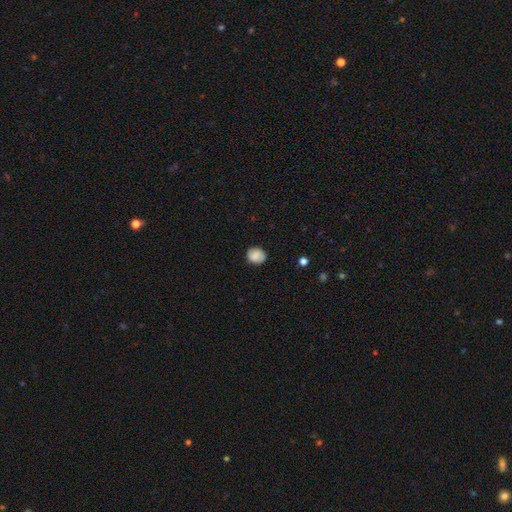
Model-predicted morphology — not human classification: Smooth or featured? Predicted: smooth (p=0.81). How rounded? Predicted: round (p=0.73). Merging? Predicted: none (p=0.82).